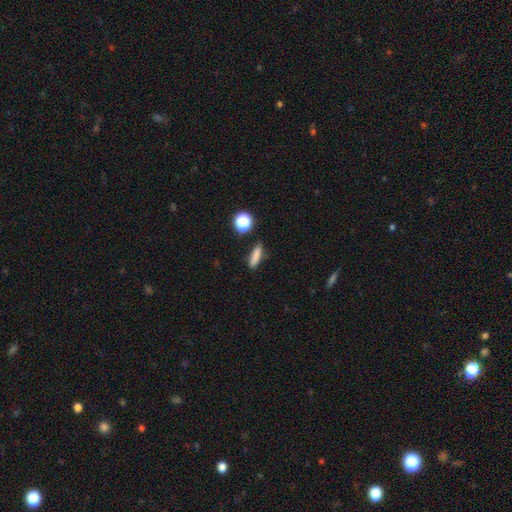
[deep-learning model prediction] Morphology: type=smooth (80%); roundness=cigar-shaped (67%); merging=none (82%).